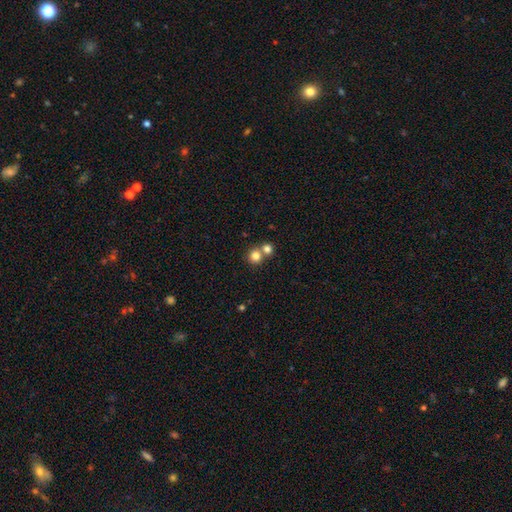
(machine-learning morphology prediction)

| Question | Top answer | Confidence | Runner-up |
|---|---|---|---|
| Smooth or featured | smooth | 80% | star or artifact (12%) |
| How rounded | round | 91% | in between (8%) |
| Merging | none | 51% | merger (42%) |